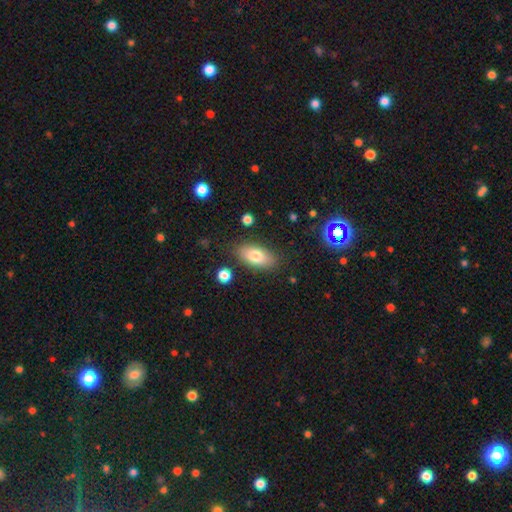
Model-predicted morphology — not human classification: This is likely a smooth galaxy (78%). How rounded: clearly in between (89%). Merging: clearly none (81%).